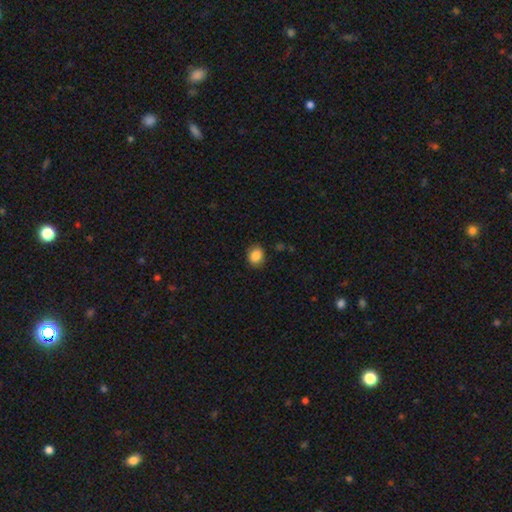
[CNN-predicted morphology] smooth_or_featured: smooth (p=0.86) [alt: star or artifact p=0.09]
how_rounded: round (p=0.61) [alt: in between p=0.38]
merging: none (p=0.87) [alt: minor disturbance p=0.10]